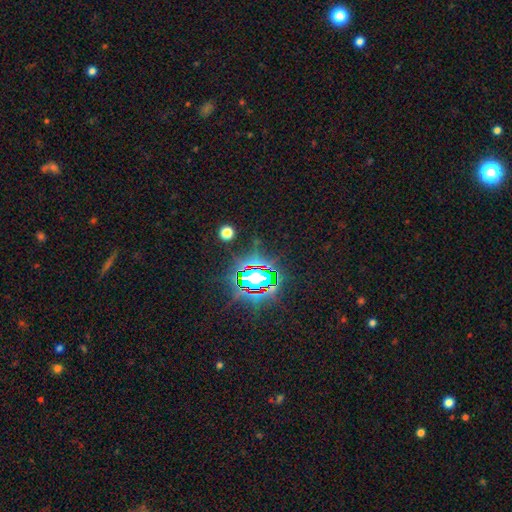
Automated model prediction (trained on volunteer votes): smooth-or-featured: star or artifact: 81% | smooth: 11% | featured or disk: 8%